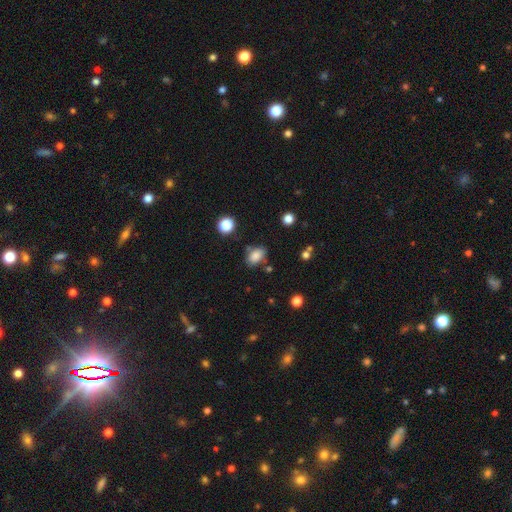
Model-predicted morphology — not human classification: The model was most divided on "merging": none: 73%, minor disturbance: 16%, merger: 7%, major disturbance: 4%. More confident: smooth or featured — smooth (84%); how rounded — in between (83%).